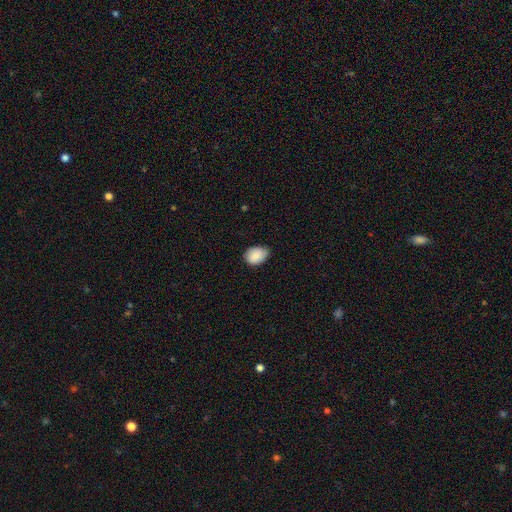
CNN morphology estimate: The model was most divided on "how rounded": in between: 69%, round: 30%, cigar-shaped: 1%. More confident: smooth or featured — smooth (85%); merging — none (70%).